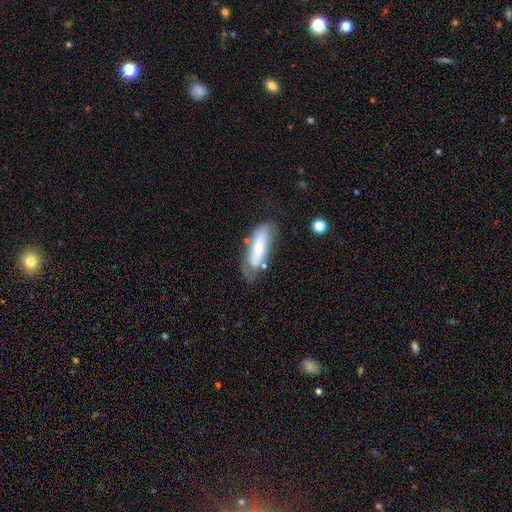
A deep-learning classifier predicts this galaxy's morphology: smooth-or-featured: smooth: 59% | featured or disk: 35% | star or artifact: 6%
  how-rounded: in between: 59% | cigar-shaped: 39% | round: 2%
  merging: none: 53% | minor disturbance: 27% | major disturbance: 11% | merger: 8%